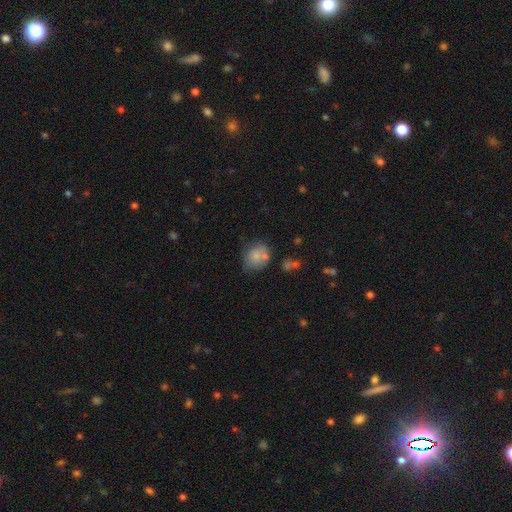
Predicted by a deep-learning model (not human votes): A smooth galaxy with no disk features (74%) that is round (59%).

Vote fractions:
- Smooth or featured? smooth: 74% / featured or disk: 16% / star or artifact: 10%
- How rounded? round: 59% / in between: 40% / cigar-shaped: 1%
- Merging? none: 49% / merger: 22% / minor disturbance: 21% / major disturbance: 8%